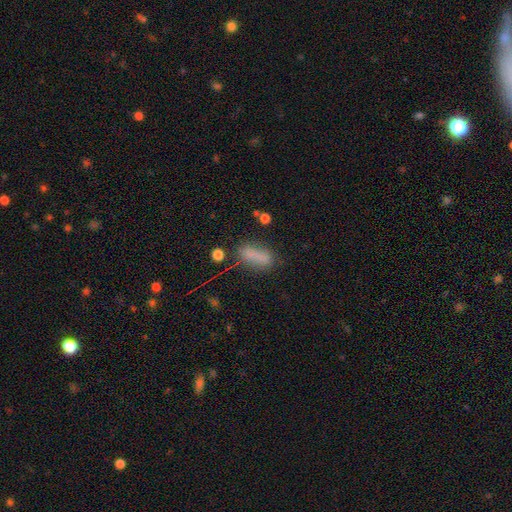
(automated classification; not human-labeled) Smooth or featured?
  - smooth: 77% *
  - star or artifact: 12%
  - featured or disk: 11%
How rounded?
  - in between: 69% *
  - cigar-shaped: 26%
  - round: 5%
Merging?
  - none: 59% *
  - minor disturbance: 21%
  - merger: 10%
  - major disturbance: 9%